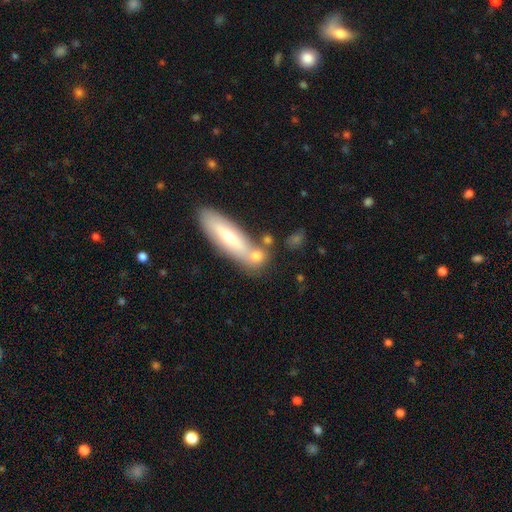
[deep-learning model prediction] The model was most divided on "how rounded": in between: 40%, round: 31%, cigar-shaped: 29%. More confident: smooth or featured — smooth (67%); merging — none (52%).